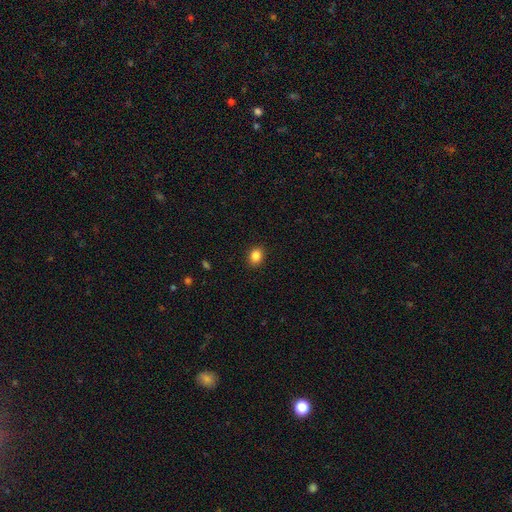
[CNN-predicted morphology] The model was most divided on "how rounded": round: 50%, in between: 49%, cigar-shaped: 1%. More confident: merging — none (90%); smooth or featured — smooth (86%).